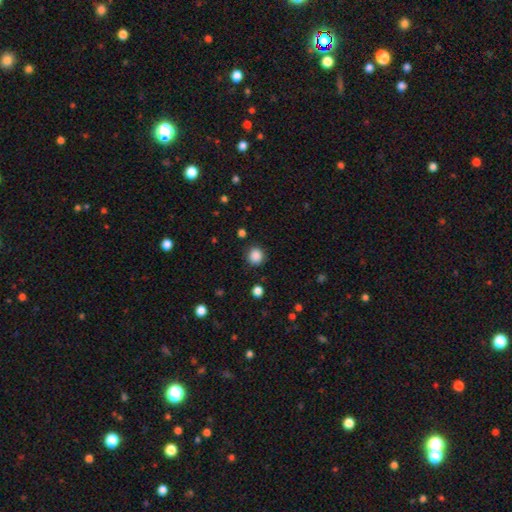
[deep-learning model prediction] A smooth galaxy with no disk features (87%) that is round (91%). Merging: none (88%).